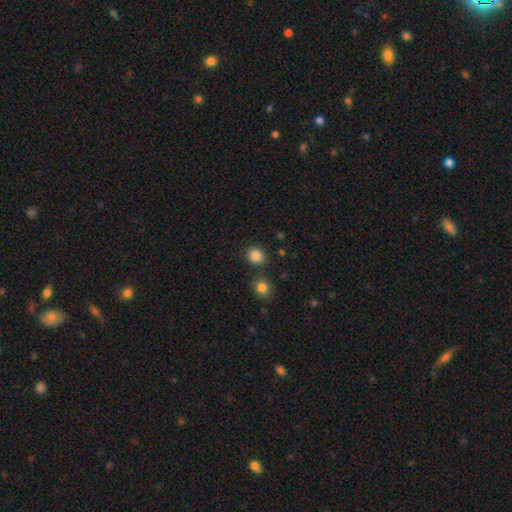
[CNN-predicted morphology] Q: Smooth or featured?
A: smooth (85%); runner-up: star or artifact (11%)
Q: How rounded?
A: round (84%); runner-up: in between (15%)
Q: Merging?
A: none (84%); runner-up: minor disturbance (8%)